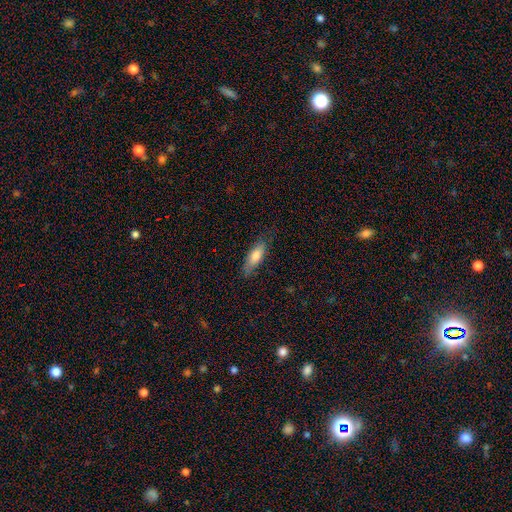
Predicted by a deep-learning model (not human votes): smooth_or_featured: smooth (p=0.72) [alt: featured or disk p=0.22]
how_rounded: in between (p=0.56) [alt: cigar-shaped p=0.42]
merging: none (p=0.77) [alt: minor disturbance p=0.19]